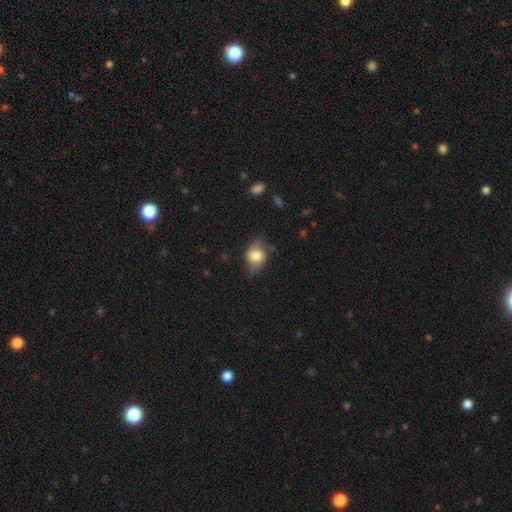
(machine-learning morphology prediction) Smooth or featured: smooth — 71% (featured or disk — 21%)
How rounded: in between — 65% (round — 33%)
Merging: none — 62% (minor disturbance — 29%)